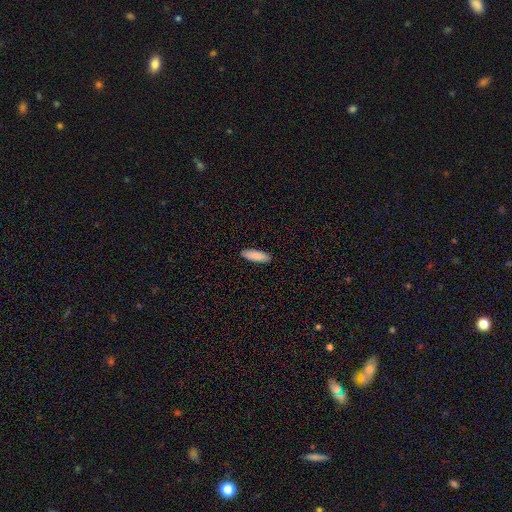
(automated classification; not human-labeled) A smooth galaxy with no disk features (89%) that is cigar-shaped (50%). Merging: none (91%).